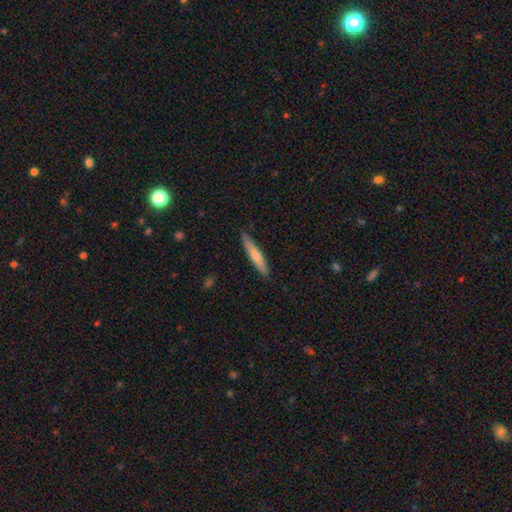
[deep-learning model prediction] smooth 68%, featured or disk 27%, star or artifact 5%. Down the decision tree: how rounded — cigar-shaped (92%); merging — none (87%).